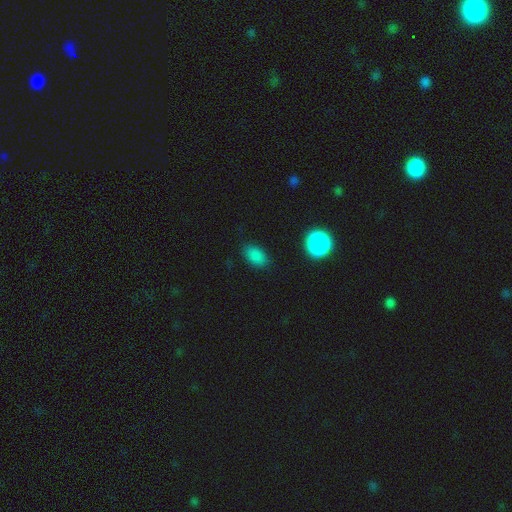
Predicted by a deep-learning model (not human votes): Overall: smooth (83%). How rounded: in between (88%). Merging: none (85%).